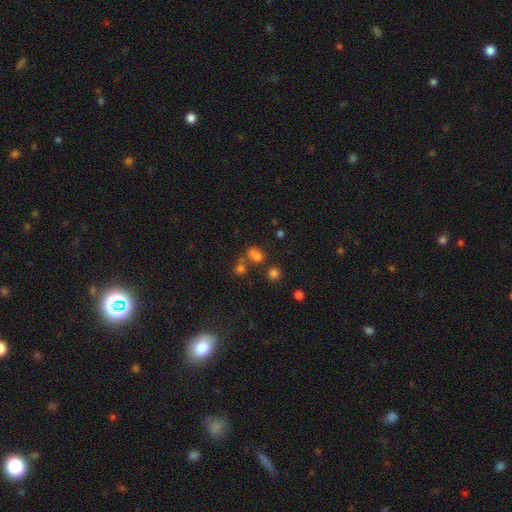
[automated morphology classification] Smooth or featured? smooth (63%)
How rounded? in between (58%)
Merging? none (46%)